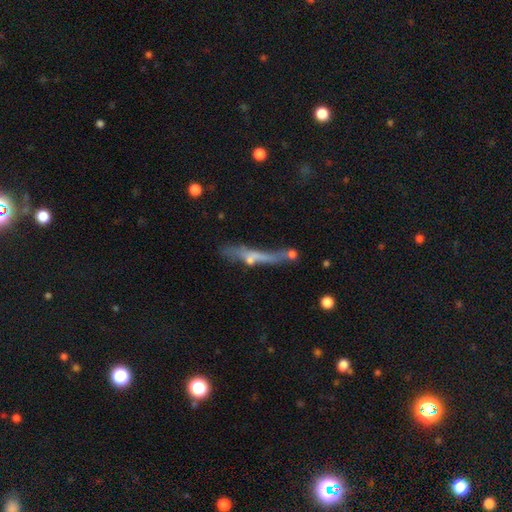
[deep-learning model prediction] Smooth or featured? featured or disk (52%)
Edge-on disk? yes (67%)
Merging? none (37%)